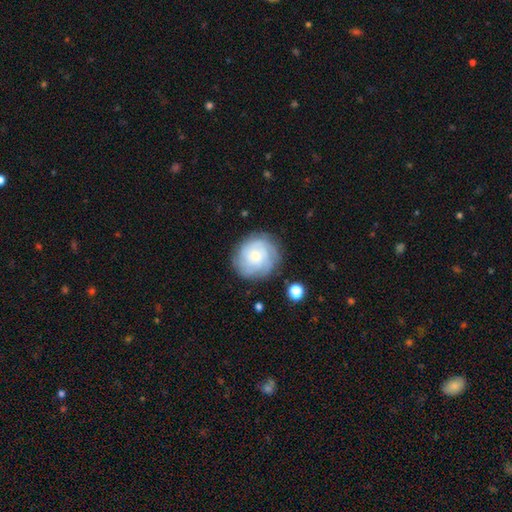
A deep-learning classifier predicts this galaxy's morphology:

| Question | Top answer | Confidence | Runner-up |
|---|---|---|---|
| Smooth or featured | featured or disk | 56% | smooth (36%) |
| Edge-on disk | no | 97% | yes (3%) |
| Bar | no | 80% | weak (17%) |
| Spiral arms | yes | 84% | no (16%) |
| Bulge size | small | 65% | moderate (28%) |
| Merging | none | 77% | minor disturbance (15%) |